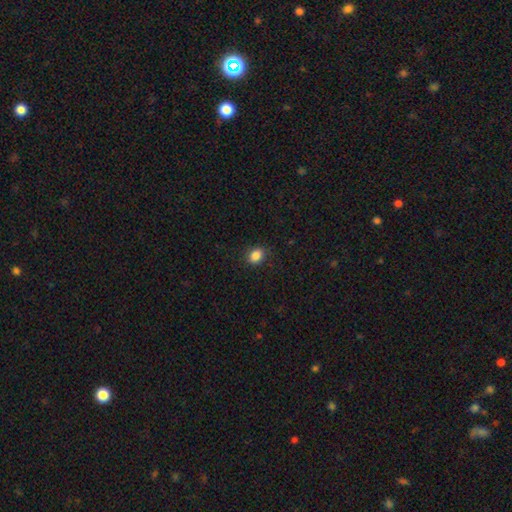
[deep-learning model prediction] Smooth or featured?
  - smooth: 86% *
  - star or artifact: 10%
  - featured or disk: 4%
How rounded?
  - in between: 60% *
  - round: 39%
  - cigar-shaped: 1%
Merging?
  - none: 86% *
  - minor disturbance: 10%
  - major disturbance: 3%
  - merger: 1%